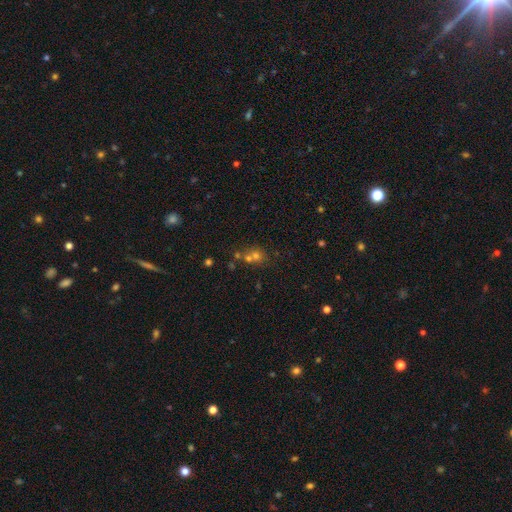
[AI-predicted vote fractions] smooth 57%, star or artifact 27%, featured or disk 16%. Down the decision tree: how rounded — round (80%); merging — none (46%).